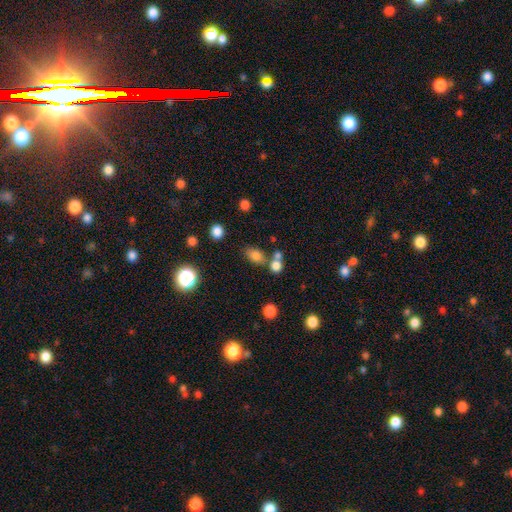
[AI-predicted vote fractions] This is likely a smooth galaxy (77%). How rounded: likely in between (71%). Merging: possibly none (57%).